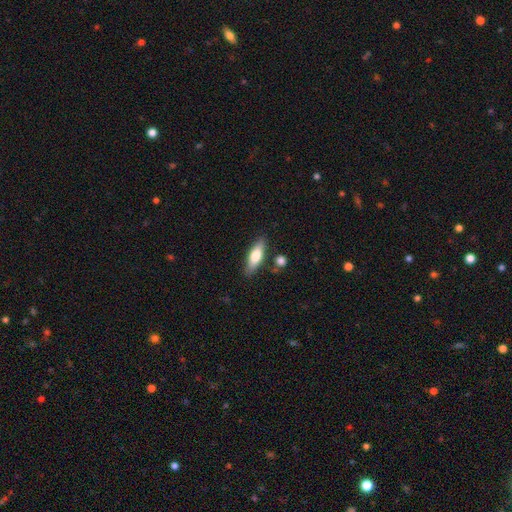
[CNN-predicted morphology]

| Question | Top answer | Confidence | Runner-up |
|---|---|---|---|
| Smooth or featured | smooth | 68% | featured or disk (26%) |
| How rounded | in between | 54% | cigar-shaped (44%) |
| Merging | none | 78% | minor disturbance (13%) |